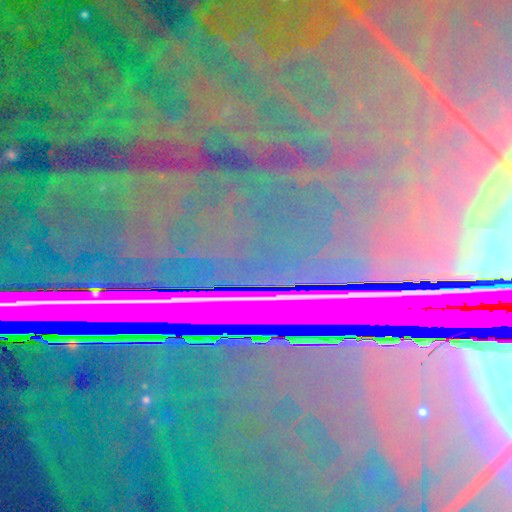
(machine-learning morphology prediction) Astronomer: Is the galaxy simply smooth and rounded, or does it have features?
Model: star or artifact — 85%.